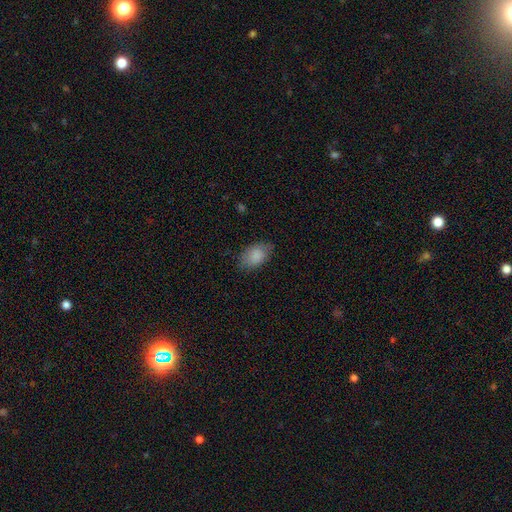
smooth-or-featured: smooth: 78% | featured or disk: 15% | star or artifact: 8%
  how-rounded: in between: 87% | round: 13% | cigar-shaped: 0%
  merging: none: 84% | minor disturbance: 8% | major disturbance: 8% | merger: 0%